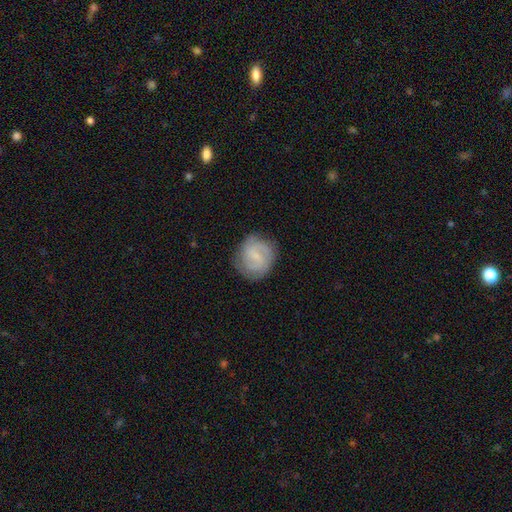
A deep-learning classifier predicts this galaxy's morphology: smooth-or-featured: featured or disk: 70% | smooth: 23% | star or artifact: 6%
  disk-edge-on: no: 98% | yes: 2%
    bar: weak: 56% | no: 32% | strong: 13%
    has-spiral-arms: yes: 94% | no: 6%
      spiral-winding: tight: 46% | medium: 42% | loose: 12%
      spiral-arm-count: 2: 67% | can't tell: 15% | 3: 10% | 1: 3% | 4: 2% | more than 4: 2%
    bulge-size: small: 60% | none: 24% | moderate: 14% | large: 1% | dominant: 1%
  merging: none: 80% | minor disturbance: 14% | major disturbance: 5% | merger: 1%